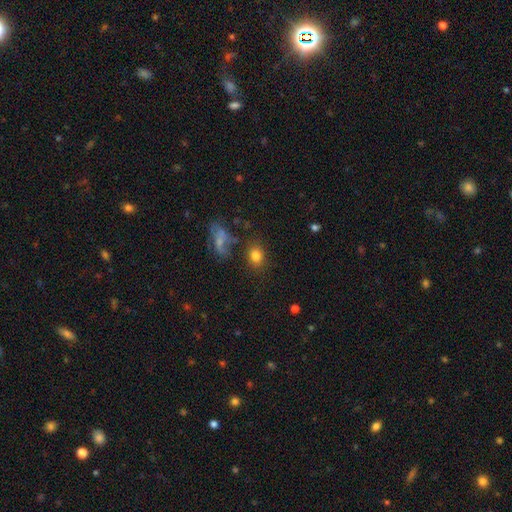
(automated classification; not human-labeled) Q: Smooth or featured?
A: smooth (81%); runner-up: star or artifact (11%)
Q: How rounded?
A: in between (50%); runner-up: round (48%)
Q: Merging?
A: none (75%); runner-up: minor disturbance (13%)